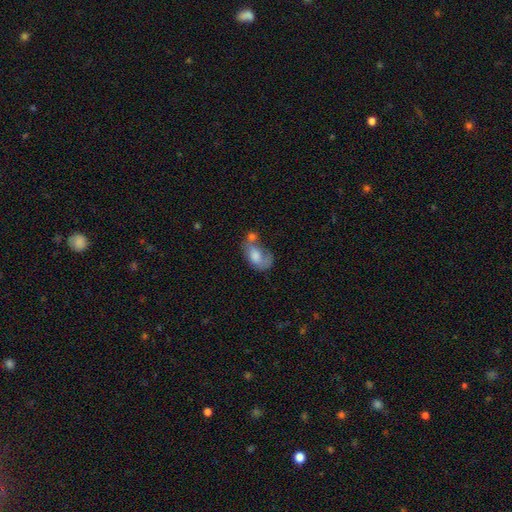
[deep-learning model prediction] The model was most divided on "merging": merger: 37%, major disturbance: 26%, none: 19%, minor disturbance: 17%. More confident: how rounded — in between (85%); smooth or featured — smooth (62%).